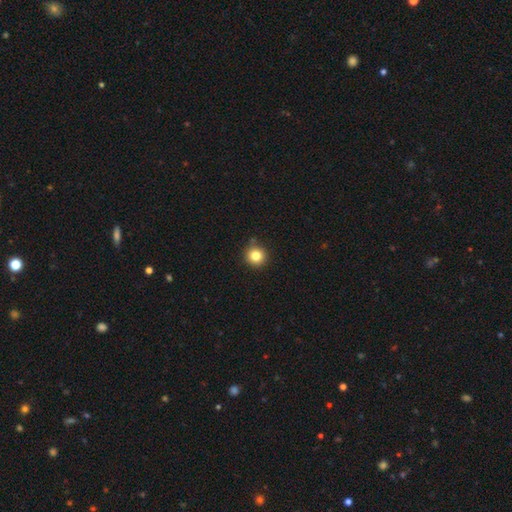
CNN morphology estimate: Smooth or featured: smooth — 82% (star or artifact — 12%)
How rounded: round — 94% (in between — 5%)
Merging: none — 87% (minor disturbance — 9%)